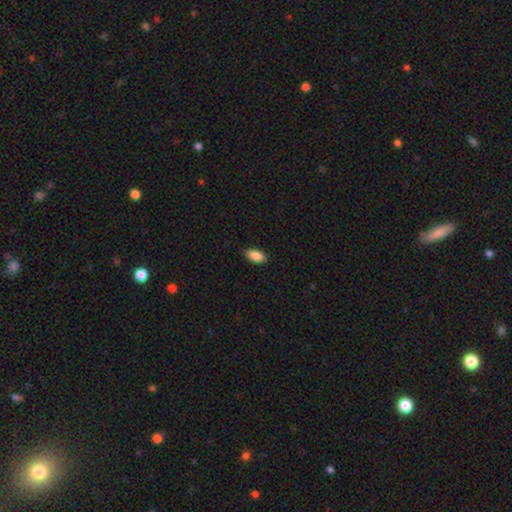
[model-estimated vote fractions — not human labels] Smooth or featured? smooth (87%)
How rounded? in between (92%)
Merging? none (87%)